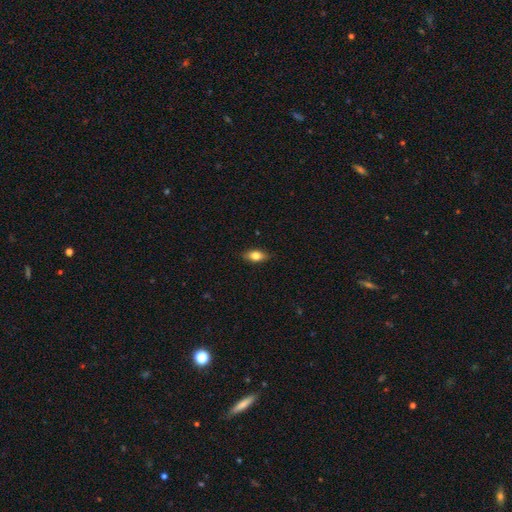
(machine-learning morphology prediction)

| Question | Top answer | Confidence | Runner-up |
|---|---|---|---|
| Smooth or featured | smooth | 78% | featured or disk (15%) |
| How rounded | in between | 85% | cigar-shaped (9%) |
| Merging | none | 86% | minor disturbance (11%) |